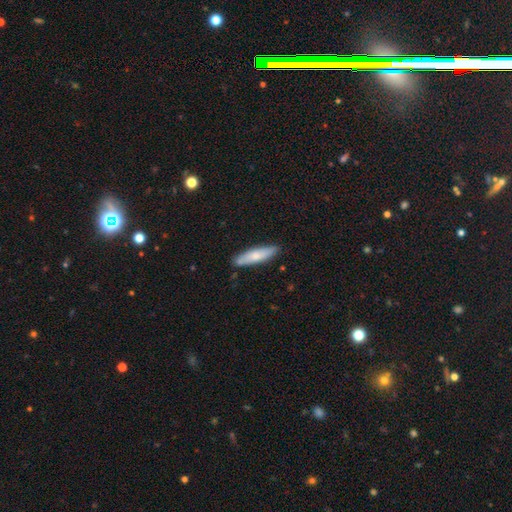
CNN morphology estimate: Smooth or featured: smooth — 70% (featured or disk — 25%)
How rounded: cigar-shaped — 73% (in between — 25%)
Merging: none — 85% (minor disturbance — 11%)